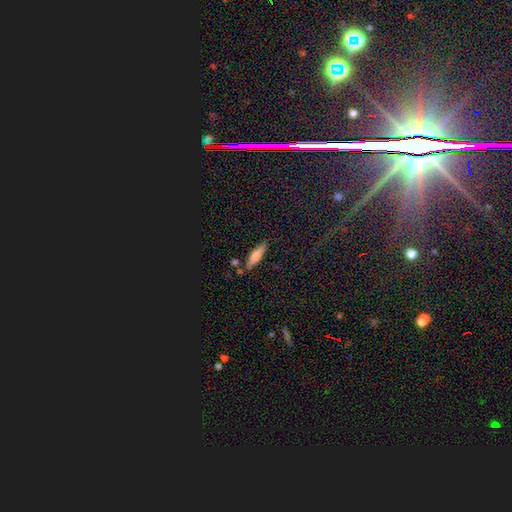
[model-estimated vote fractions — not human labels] Morphology: type=smooth (63%); roundness=cigar-shaped (73%); merging=none (76%).